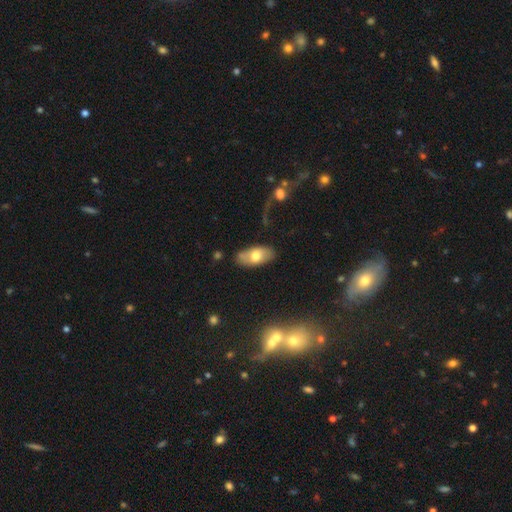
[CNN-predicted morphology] This is likely a smooth galaxy (66%). How rounded: clearly in between (92%). Merging: likely none (75%).